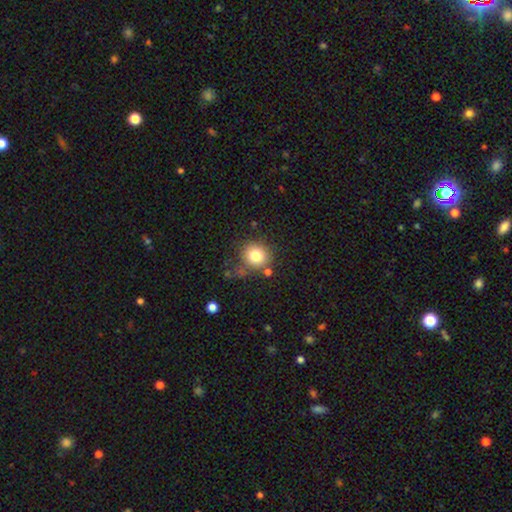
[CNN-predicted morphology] This appears to be a smooth galaxy with no disk features (79%) that is round (87%). Merging: none (74%).